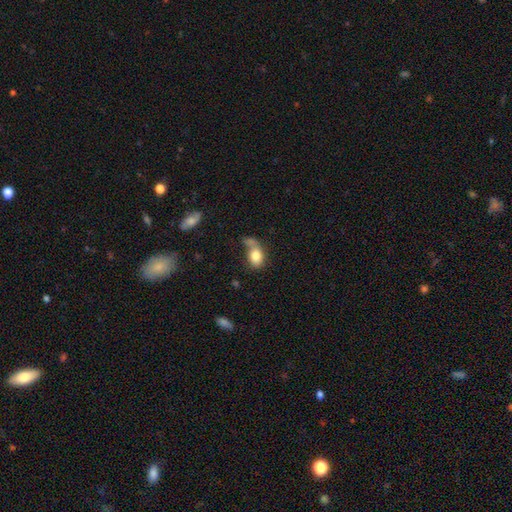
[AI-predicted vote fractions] Overall: smooth (79%). How rounded: in between (74%). Merging: none (34%; merger 24%).